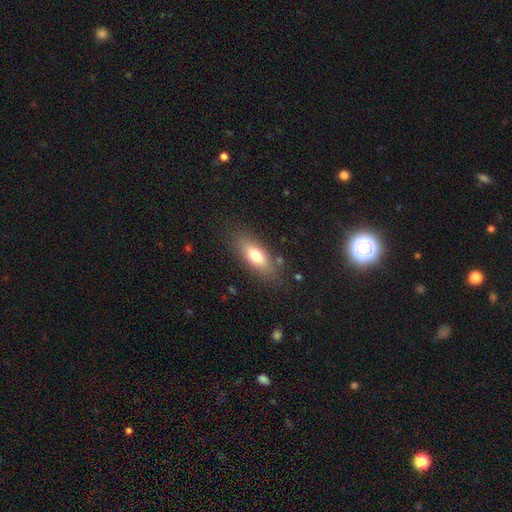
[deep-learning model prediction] This is likely a smooth galaxy (73%). How rounded: likely in between (73%). Merging: clearly none (82%).